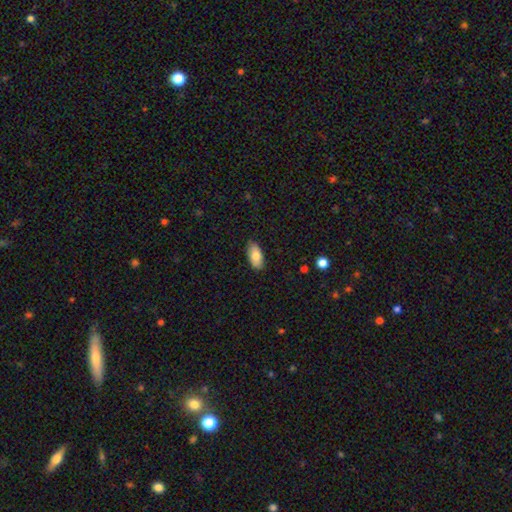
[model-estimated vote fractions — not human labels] This appears to be a smooth galaxy with no disk features (81%) that is in between round and cigar-shaped (91%). Merging: none (87%).